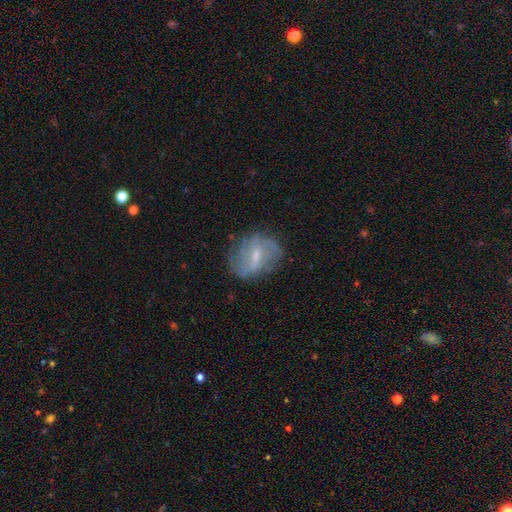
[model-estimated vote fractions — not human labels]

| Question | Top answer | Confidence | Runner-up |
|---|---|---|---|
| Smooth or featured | featured or disk | 62% | smooth (28%) |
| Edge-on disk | no | 94% | yes (6%) |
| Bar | weak | 54% | strong (26%) |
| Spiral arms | yes | 67% | no (33%) |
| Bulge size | small | 60% | moderate (29%) |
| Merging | none | 70% | minor disturbance (20%) |